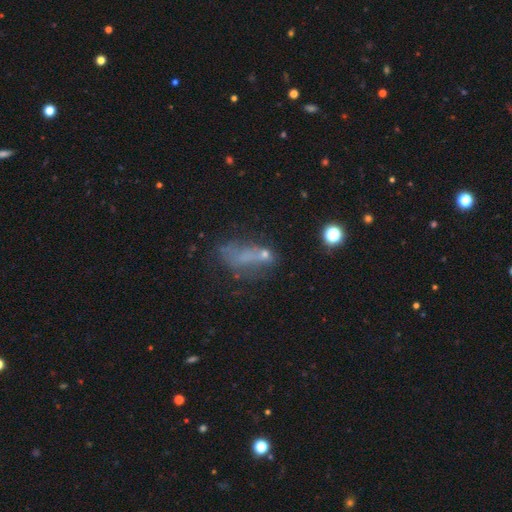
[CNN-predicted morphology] Smooth or featured?
  - smooth: 42% *
  - featured or disk: 35%
  - star or artifact: 23%
Merging?
  - none: 34% *
  - major disturbance: 29%
  - minor disturbance: 21%
  - merger: 16%